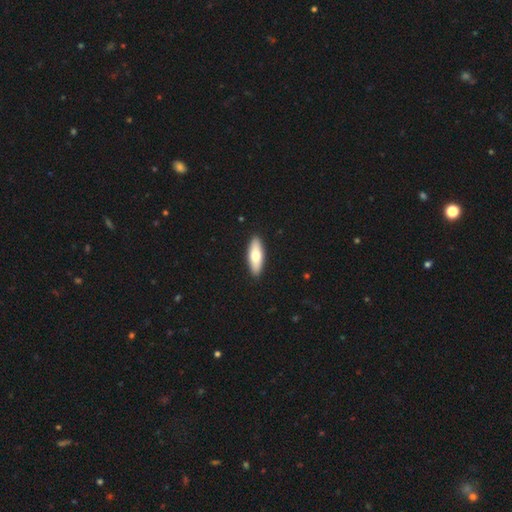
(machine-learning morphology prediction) smooth_or_featured: smooth (p=0.69) [alt: featured or disk p=0.26]
how_rounded: in between (p=0.58) [alt: cigar-shaped p=0.40]
merging: none (p=0.91) [alt: minor disturbance p=0.07]